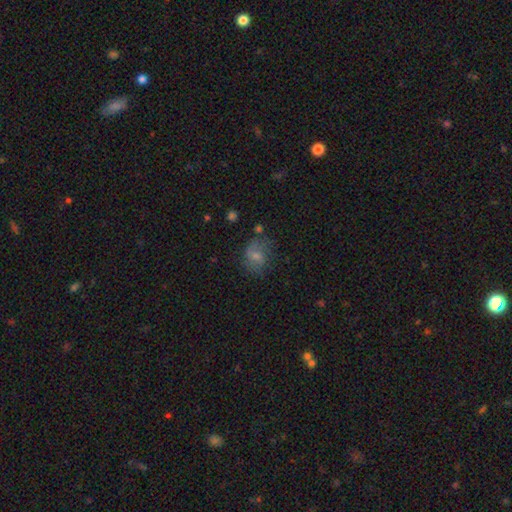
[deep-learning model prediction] This appears to be a smooth galaxy with no disk features (47%). Merging: none (65%).